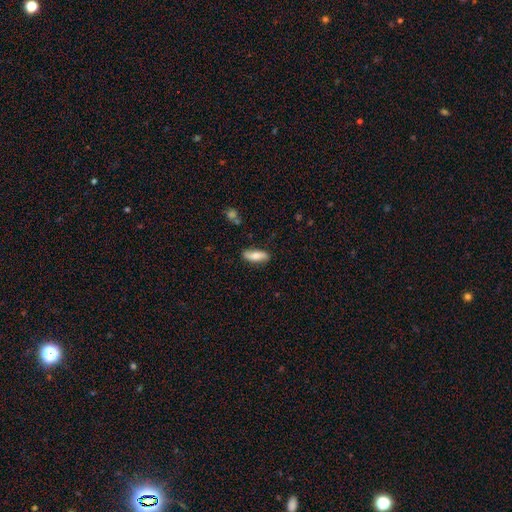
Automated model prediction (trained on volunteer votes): Smooth or featured: smooth — 68% (featured or disk — 26%)
How rounded: in between — 67% (cigar-shaped — 30%)
Merging: none — 83% (minor disturbance — 12%)